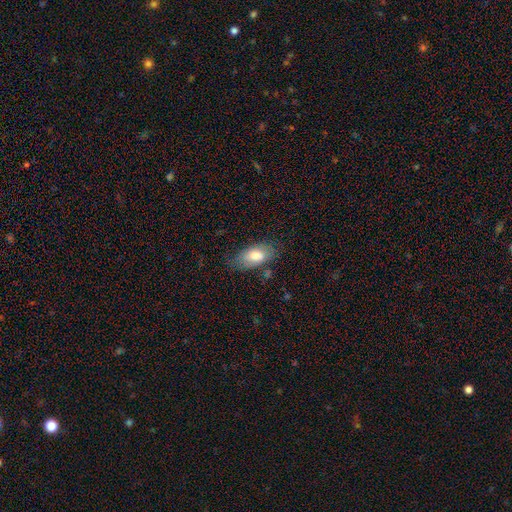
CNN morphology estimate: smooth_or_featured: smooth (p=0.76) [alt: featured or disk p=0.17]
how_rounded: in between (p=0.91) [alt: cigar-shaped p=0.05]
merging: none (p=0.67) [alt: minor disturbance p=0.23]